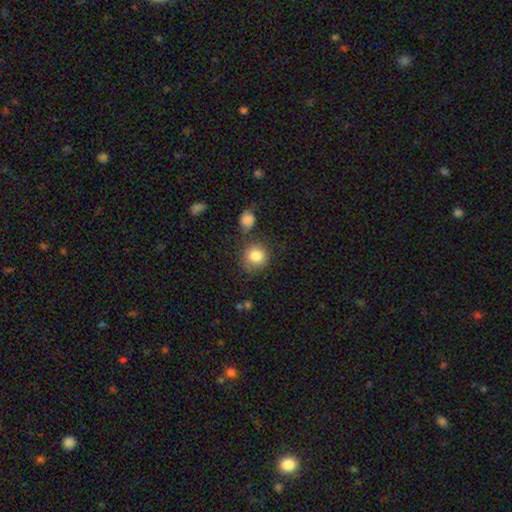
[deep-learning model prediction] Smooth or featured? Predicted: smooth (p=0.84). How rounded? Predicted: round (p=0.89). Merging? Predicted: none (p=0.75).